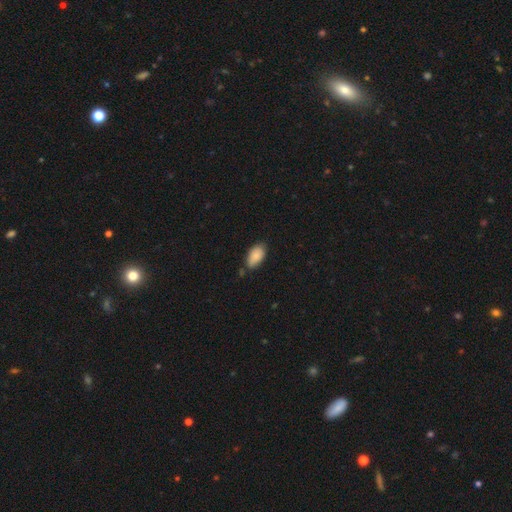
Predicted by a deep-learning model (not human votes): Smooth or featured? Predicted: smooth (p=0.87). How rounded? Predicted: in between (p=0.94). Merging? Predicted: none (p=0.69).